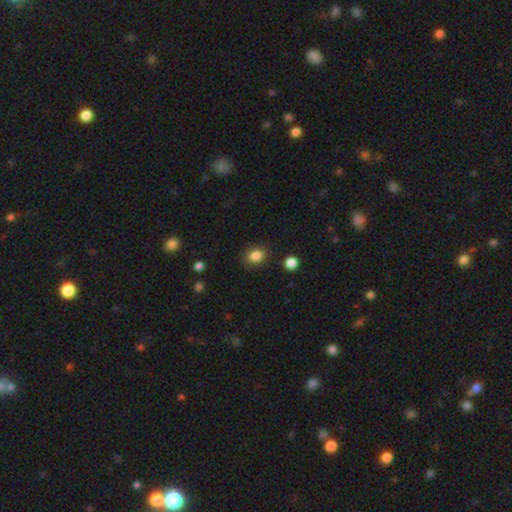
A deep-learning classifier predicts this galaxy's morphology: Smooth or featured? smooth (85%)
How rounded? in between (59%)
Merging? none (84%)